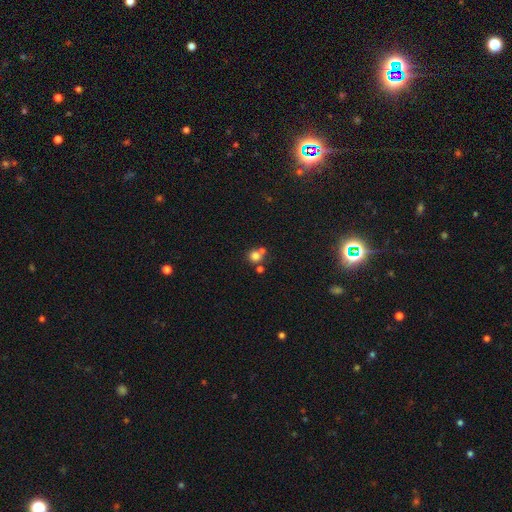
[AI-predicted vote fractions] A smooth galaxy with no disk features (78%) that is round (88%).

Vote fractions:
- Smooth or featured? smooth: 78% / star or artifact: 13% / featured or disk: 9%
- How rounded? round: 88% / in between: 11% / cigar-shaped: 1%
- Merging? none: 54% / merger: 35% / minor disturbance: 8% / major disturbance: 4%